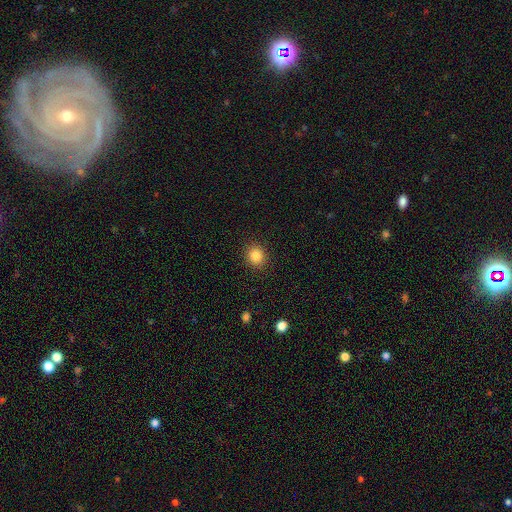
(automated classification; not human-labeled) smooth-or-featured: smooth: 85% | star or artifact: 10% | featured or disk: 4%
  how-rounded: round: 82% | in between: 17% | cigar-shaped: 1%
  merging: none: 90% | minor disturbance: 6% | major disturbance: 2% | merger: 1%